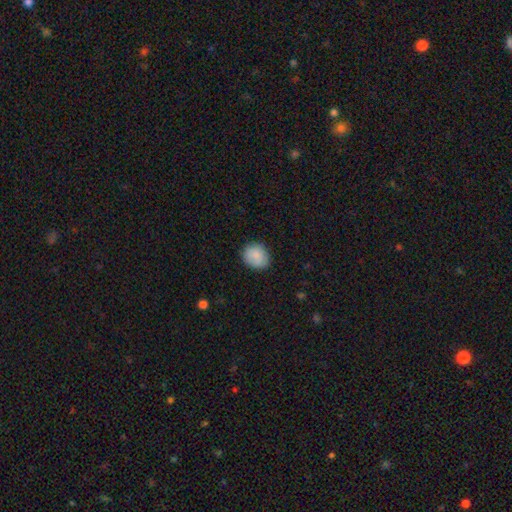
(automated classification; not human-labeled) The model was most divided on "how rounded": round: 67%, in between: 32%, cigar-shaped: 1%. More confident: smooth or featured — smooth (86%); merging — none (82%).